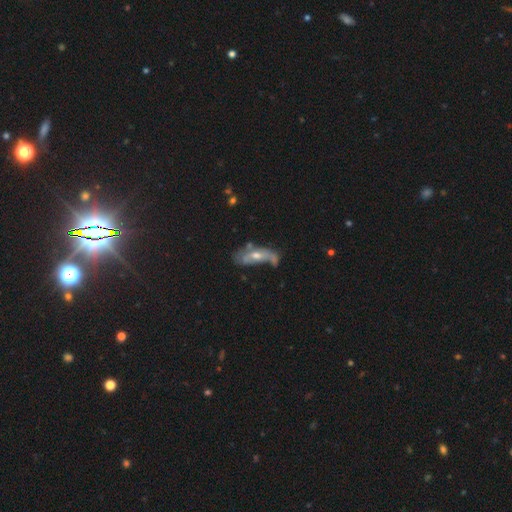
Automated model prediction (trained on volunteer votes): featured or disk 58%, smooth 32%, star or artifact 10%. Down the decision tree: edge-on disk — no (80%); merging — none (31%).